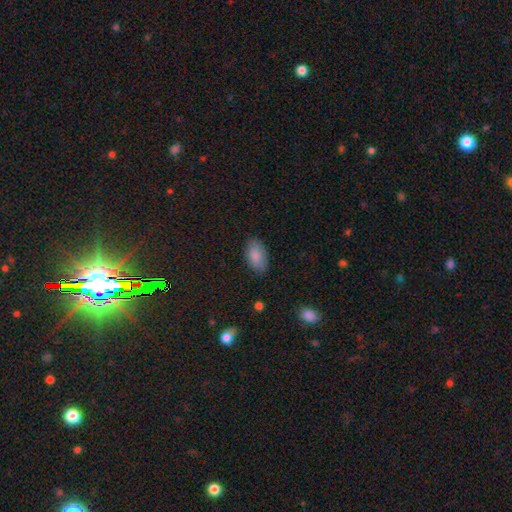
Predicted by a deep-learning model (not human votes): Morphology: type=smooth (86%); roundness=in between (93%); merging=none (82%).